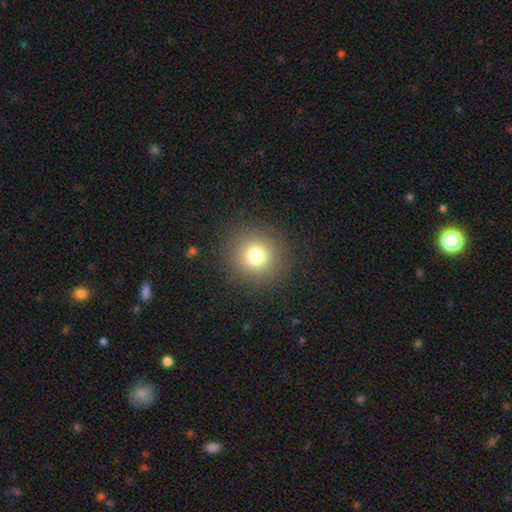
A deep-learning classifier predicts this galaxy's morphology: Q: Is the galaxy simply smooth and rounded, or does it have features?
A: smooth — 76%.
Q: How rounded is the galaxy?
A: round — 94%.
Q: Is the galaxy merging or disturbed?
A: none — 90%.